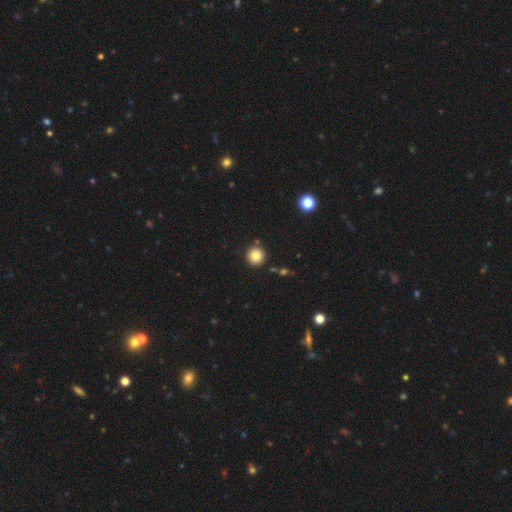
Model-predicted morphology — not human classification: smooth_or_featured: smooth (p=0.82) [alt: star or artifact p=0.11]
how_rounded: round (p=0.95) [alt: in between p=0.04]
merging: none (p=0.87) [alt: minor disturbance p=0.06]